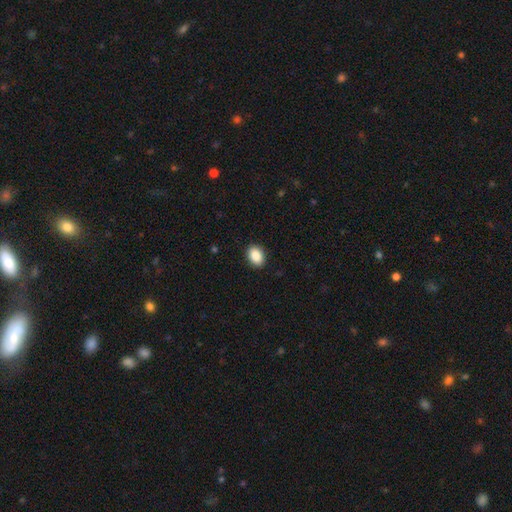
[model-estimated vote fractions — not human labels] Smooth or featured? Predicted: smooth (p=0.88). How rounded? Predicted: in between (p=0.79). Merging? Predicted: none (p=0.90).